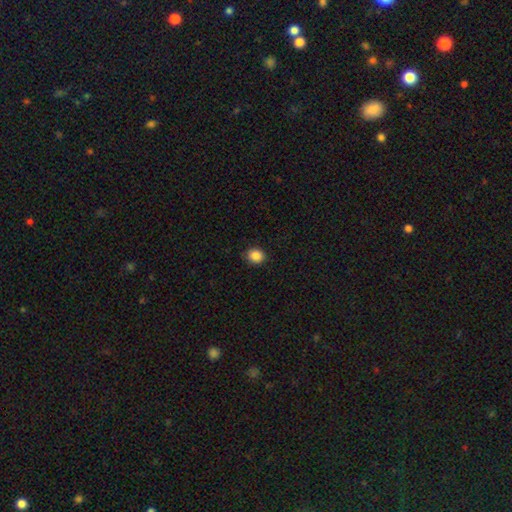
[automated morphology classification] This appears to be a smooth galaxy with no disk features (87%) that is round (69%). Merging: none (86%).